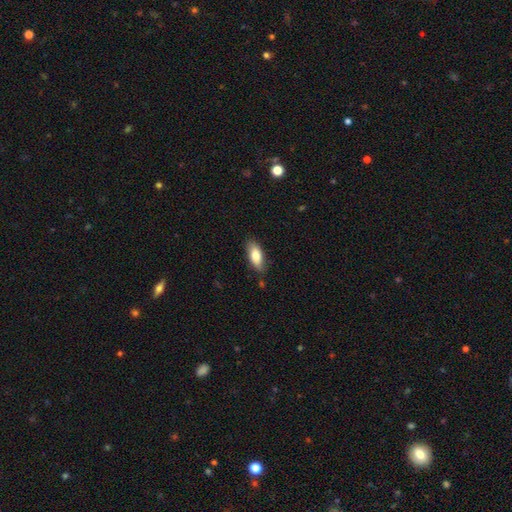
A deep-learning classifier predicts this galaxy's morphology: Overall: smooth (80%). How rounded: in between (81%). Merging: none (79%).